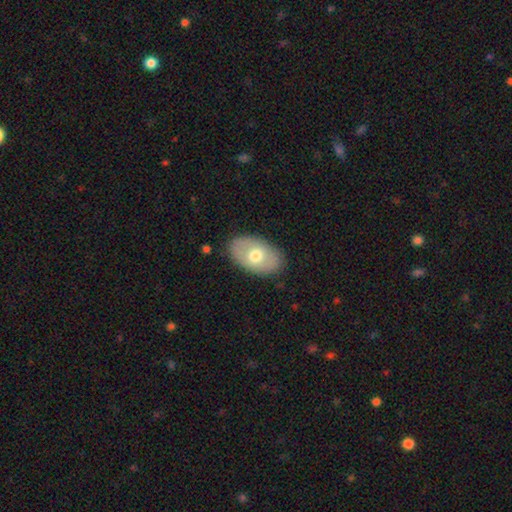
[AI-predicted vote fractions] Smooth or featured?
  - smooth: 64% *
  - featured or disk: 29%
  - star or artifact: 6%
How rounded?
  - in between: 90% *
  - round: 8%
  - cigar-shaped: 1%
Merging?
  - none: 84% *
  - minor disturbance: 12%
  - major disturbance: 3%
  - merger: 1%